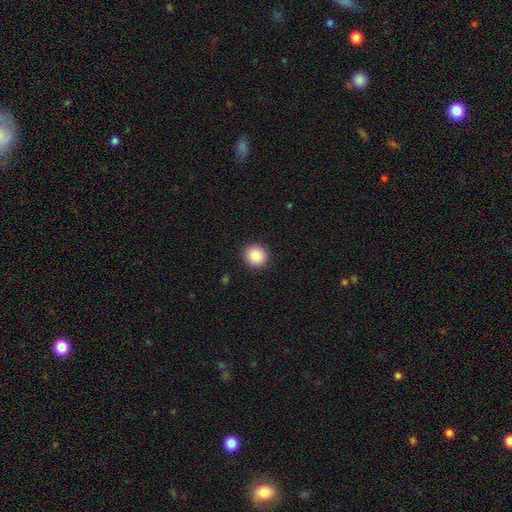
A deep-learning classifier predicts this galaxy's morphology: Smooth or featured? smooth (88%)
How rounded? round (86%)
Merging? none (91%)